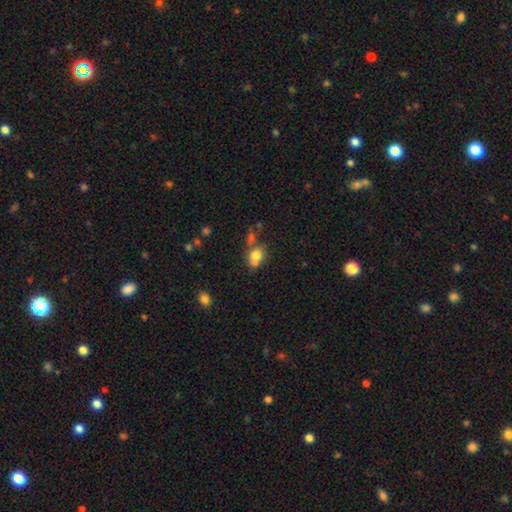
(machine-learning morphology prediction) Smooth or featured?
  - smooth: 73% *
  - featured or disk: 15%
  - star or artifact: 12%
How rounded?
  - round: 57% *
  - in between: 42%
  - cigar-shaped: 1%
Merging?
  - merger: 44% *
  - none: 37%
  - minor disturbance: 13%
  - major disturbance: 6%